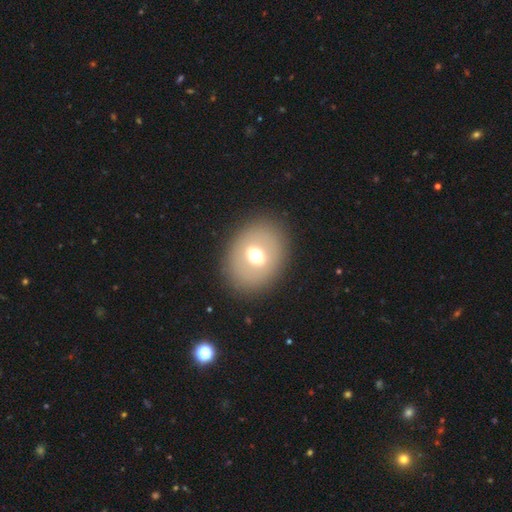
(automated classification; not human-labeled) Smooth or featured? smooth (58%)
How rounded? round (50%)
Merging? none (86%)